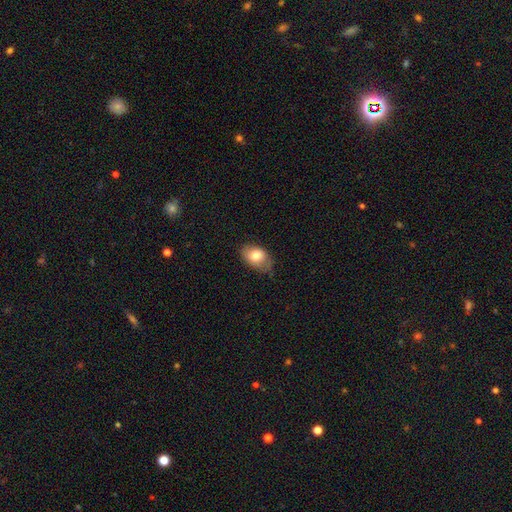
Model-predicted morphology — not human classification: Smooth or featured? smooth (76%)
How rounded? in between (84%)
Merging? none (62%)